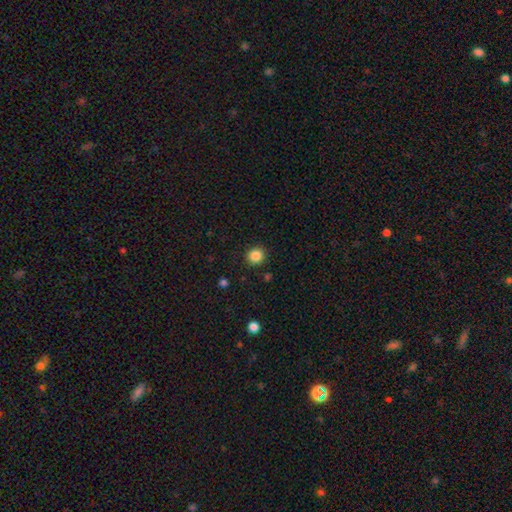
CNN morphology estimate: Smooth or featured: smooth — 86% (star or artifact — 11%)
How rounded: round — 90% (in between — 9%)
Merging: none — 91% (minor disturbance — 6%)